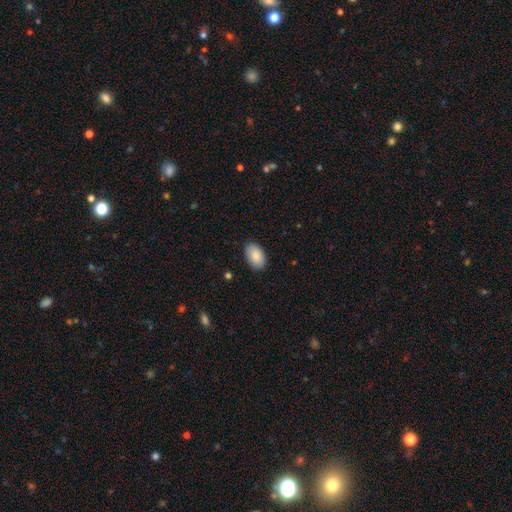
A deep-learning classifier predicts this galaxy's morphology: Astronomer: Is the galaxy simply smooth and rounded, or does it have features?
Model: smooth — 88%.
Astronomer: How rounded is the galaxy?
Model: in between — 94%.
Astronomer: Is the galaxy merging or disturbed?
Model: none — 88%.